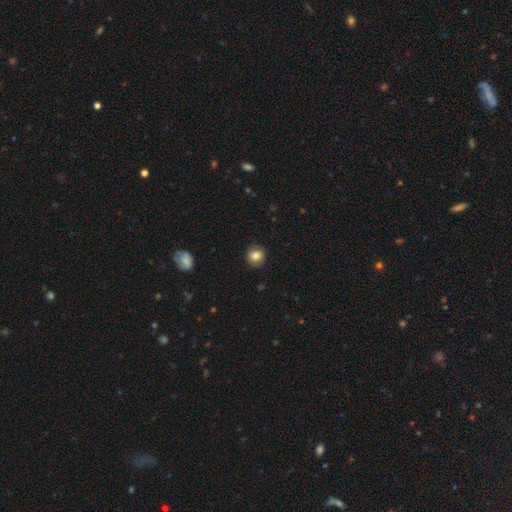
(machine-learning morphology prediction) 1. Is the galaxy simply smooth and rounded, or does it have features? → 81% smooth, 10% star or artifact, 9% featured or disk.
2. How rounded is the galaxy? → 83% round, 16% in between, 1% cigar-shaped.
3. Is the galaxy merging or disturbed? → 88% none, 9% minor disturbance, 2% major disturbance, 1% merger.